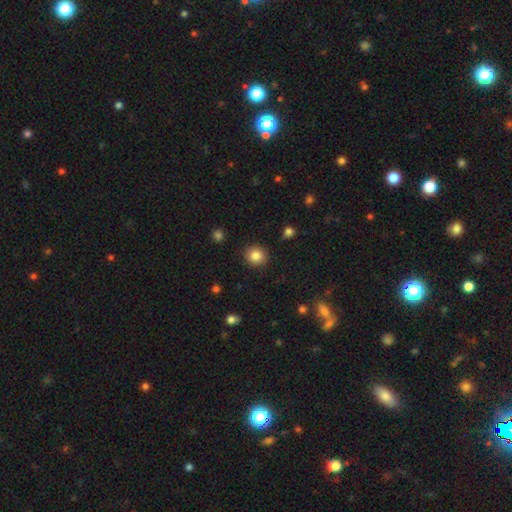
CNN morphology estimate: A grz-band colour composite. It shows a smooth galaxy with no disk features (85%) that is round (88%). Merging: none (90%).